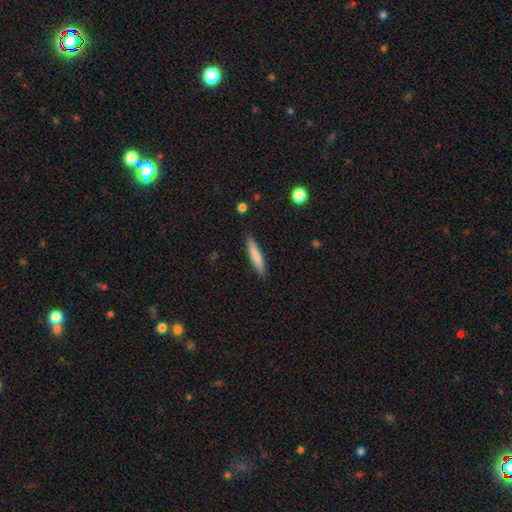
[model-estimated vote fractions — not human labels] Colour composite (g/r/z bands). It shows a smooth galaxy with no disk features (77%) that is cigar-shaped (88%). Merging: none (88%).